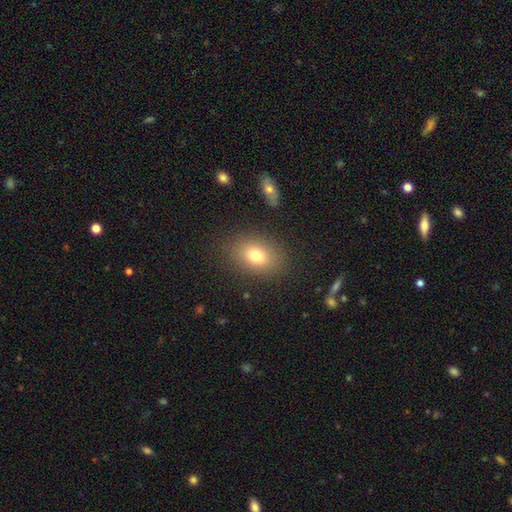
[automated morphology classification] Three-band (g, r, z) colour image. It shows a smooth galaxy with no disk features (77%) that is in between round and cigar-shaped (73%). Merging: none (84%).